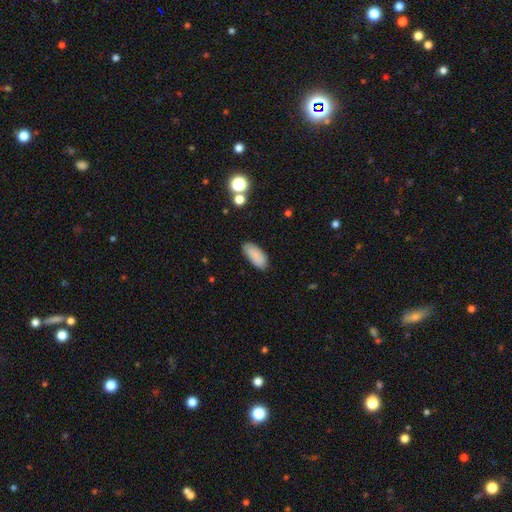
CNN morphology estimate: The model was most divided on "merging": none: 82%, minor disturbance: 13%, major disturbance: 3%, merger: 2%. More confident: smooth or featured — smooth (87%); how rounded — in between (85%).